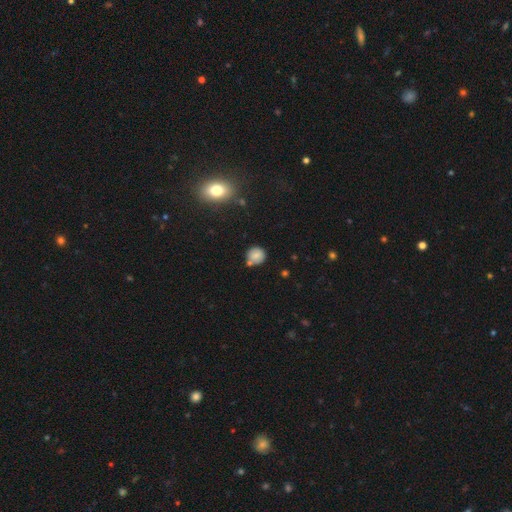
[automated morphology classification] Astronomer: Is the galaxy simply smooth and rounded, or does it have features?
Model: smooth — 77%.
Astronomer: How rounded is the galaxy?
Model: round — 86%.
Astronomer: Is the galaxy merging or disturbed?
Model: none — 67%.